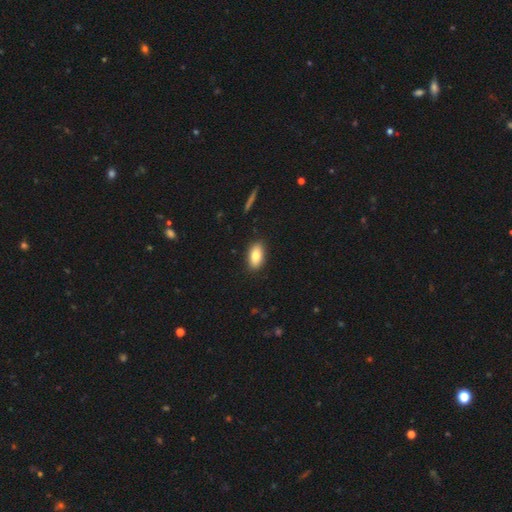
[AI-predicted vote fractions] Smooth or featured? Predicted: smooth (p=0.81). How rounded? Predicted: in between (p=0.90). Merging? Predicted: none (p=0.89).